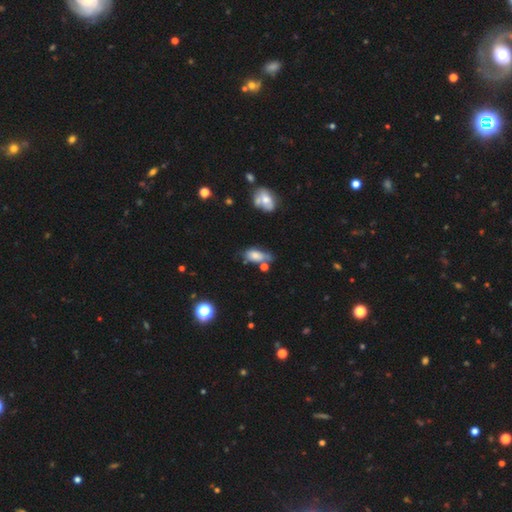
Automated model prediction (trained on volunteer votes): Q: Smooth or featured?
A: smooth (70%); runner-up: featured or disk (20%)
Q: How rounded?
A: in between (87%); runner-up: cigar-shaped (8%)
Q: Merging?
A: none (38%); runner-up: minor disturbance (31%)